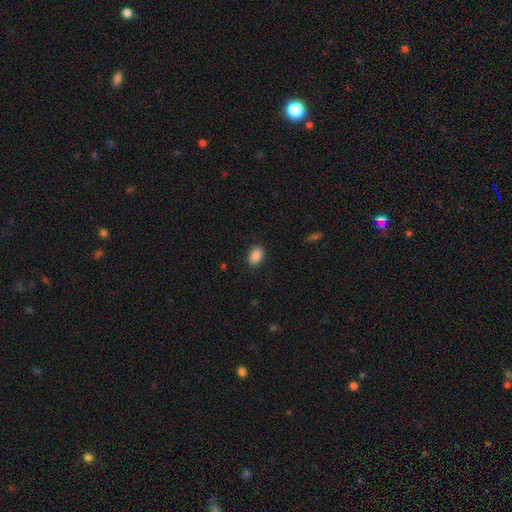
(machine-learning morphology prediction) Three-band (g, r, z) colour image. It shows a smooth galaxy with no disk features (90%) that is in between round and cigar-shaped (91%). Merging: none (88%).